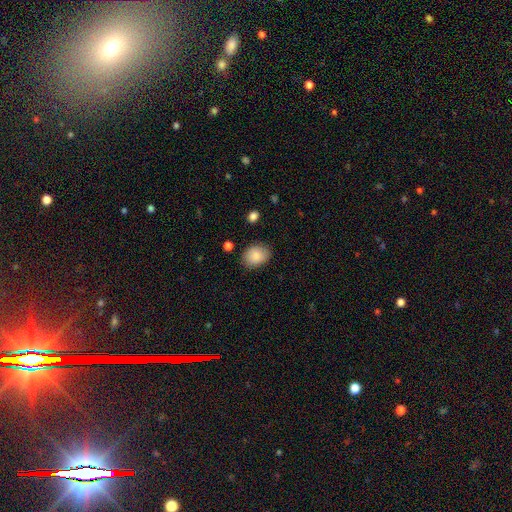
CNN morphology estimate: type=smooth (86%); roundness=in between (63%); merging=none (82%).